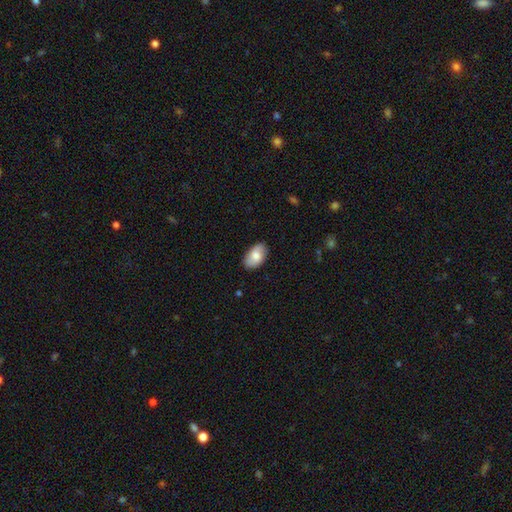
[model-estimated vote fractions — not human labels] Q: Smooth or featured?
A: smooth (74%); runner-up: featured or disk (20%)
Q: How rounded?
A: in between (93%); runner-up: round (6%)
Q: Merging?
A: none (84%); runner-up: minor disturbance (12%)